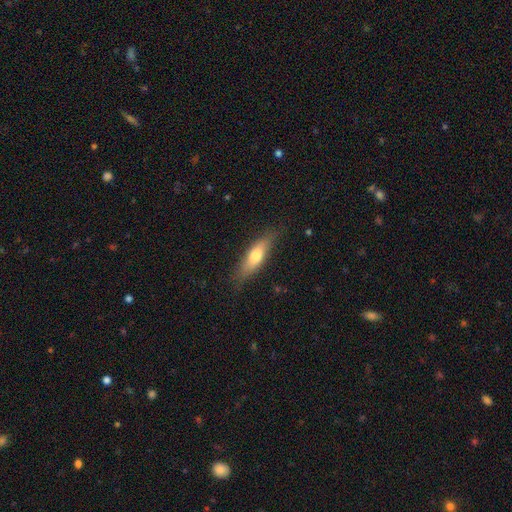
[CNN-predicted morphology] smooth_or_featured: smooth (p=0.66) [alt: featured or disk p=0.28]
how_rounded: cigar-shaped (p=0.54) [alt: in between p=0.44]
merging: none (p=0.79) [alt: minor disturbance p=0.16]